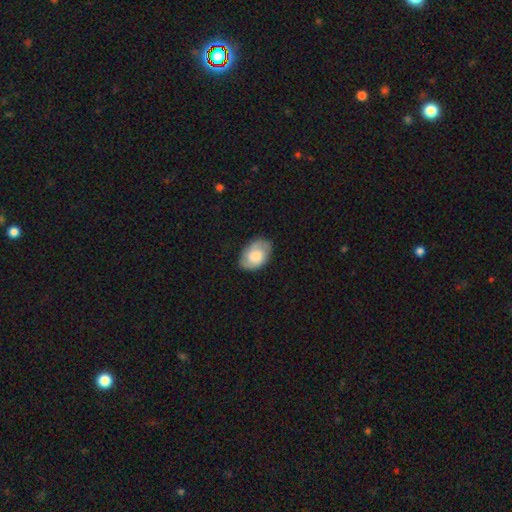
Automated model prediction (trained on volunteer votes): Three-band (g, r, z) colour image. It shows a featured or disk galaxy (47%). Merging: none (80%).